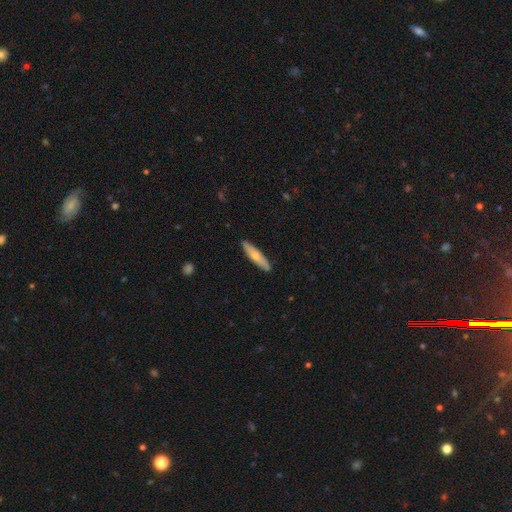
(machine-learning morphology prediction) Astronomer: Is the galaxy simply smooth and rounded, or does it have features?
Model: smooth — 63%.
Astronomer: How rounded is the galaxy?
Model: cigar-shaped — 81%.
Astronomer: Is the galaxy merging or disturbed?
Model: none — 89%.